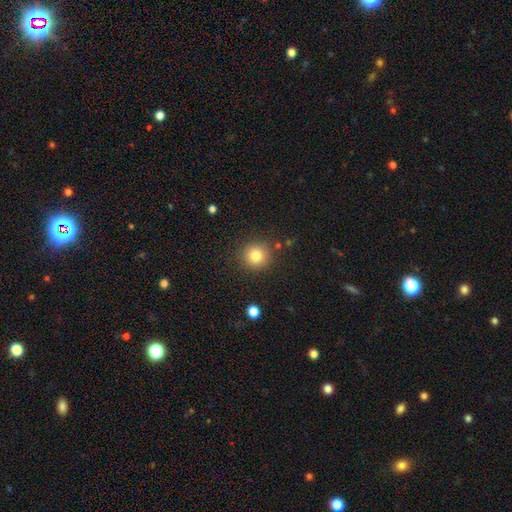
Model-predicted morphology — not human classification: smooth-or-featured: smooth: 80% | star or artifact: 12% | featured or disk: 8%
  how-rounded: round: 92% | in between: 7% | cigar-shaped: 1%
  merging: none: 87% | minor disturbance: 8% | major disturbance: 3% | merger: 2%